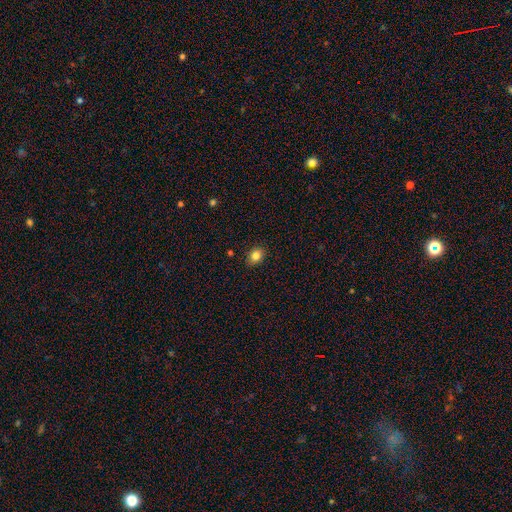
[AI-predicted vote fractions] This is clearly a smooth galaxy (83%). How rounded: likely in between (63%). Merging: clearly none (88%).